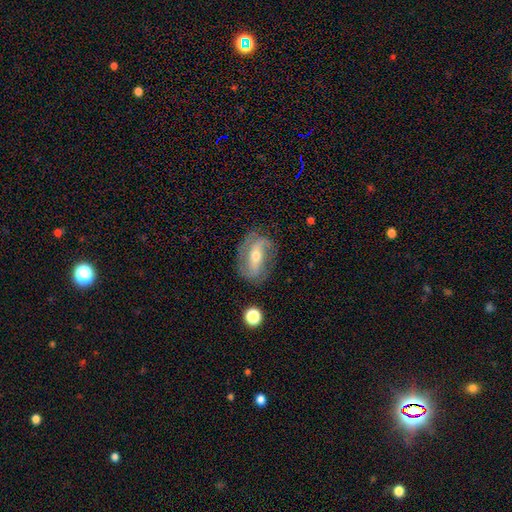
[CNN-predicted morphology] Q: Smooth or featured?
A: featured or disk (77%); runner-up: smooth (16%)
Q: Edge-on disk?
A: no (92%); runner-up: yes (8%)
Q: Bar?
A: strong (50%); runner-up: weak (29%)
Q: Spiral arms?
A: yes (87%); runner-up: no (13%)
Q: Spiral winding?
A: medium (40%); runner-up: tight (33%)
Q: Spiral arm count?
A: 2 (78%); runner-up: can't tell (11%)
Q: Bulge size?
A: moderate (57%); runner-up: small (38%)
Q: Merging?
A: none (75%); runner-up: minor disturbance (16%)